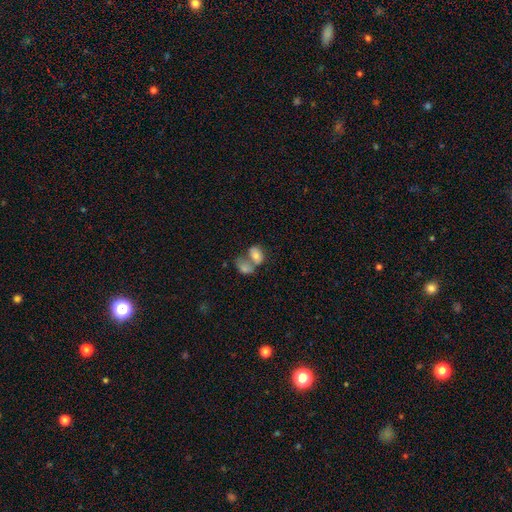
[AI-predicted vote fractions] A smooth galaxy with no disk features (73%) that is in between round and cigar-shaped (78%).

Vote fractions:
- Smooth or featured? smooth: 73% / featured or disk: 18% / star or artifact: 9%
- How rounded? in between: 78% / round: 21% / cigar-shaped: 2%
- Merging? merger: 66% / none: 20% / minor disturbance: 8% / major disturbance: 6%